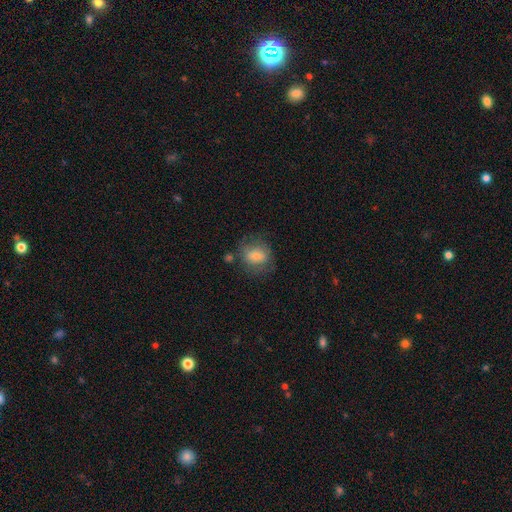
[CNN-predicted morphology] smooth-or-featured: smooth: 73% | featured or disk: 19% | star or artifact: 8%
  how-rounded: round: 55% | in between: 43% | cigar-shaped: 1%
  merging: none: 63% | minor disturbance: 21% | major disturbance: 11% | merger: 5%